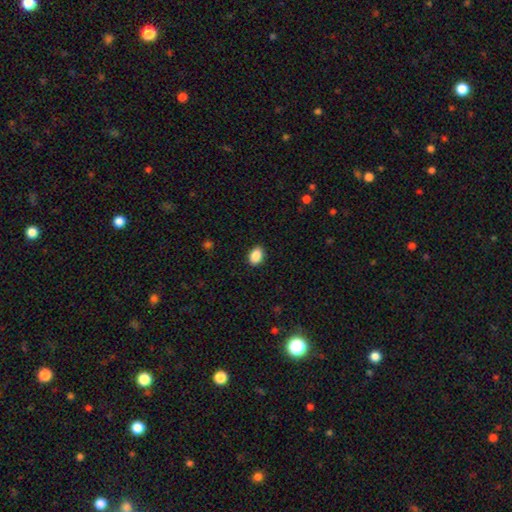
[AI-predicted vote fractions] Overall: smooth (89%). How rounded: in between (81%). Merging: none (89%).